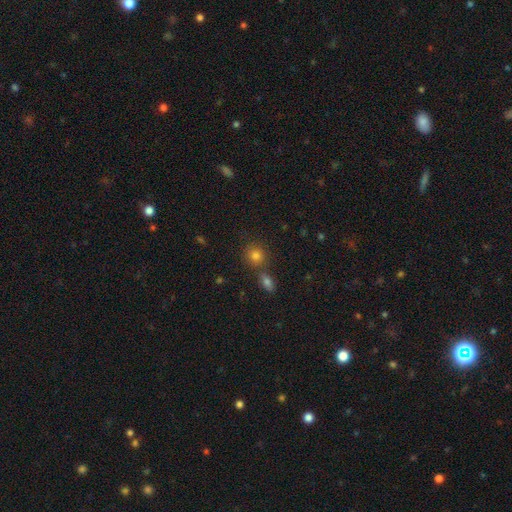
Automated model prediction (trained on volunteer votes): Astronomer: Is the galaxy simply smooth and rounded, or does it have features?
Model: smooth — 79%.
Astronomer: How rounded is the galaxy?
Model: round — 83%.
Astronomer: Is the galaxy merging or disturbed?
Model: none — 65%.